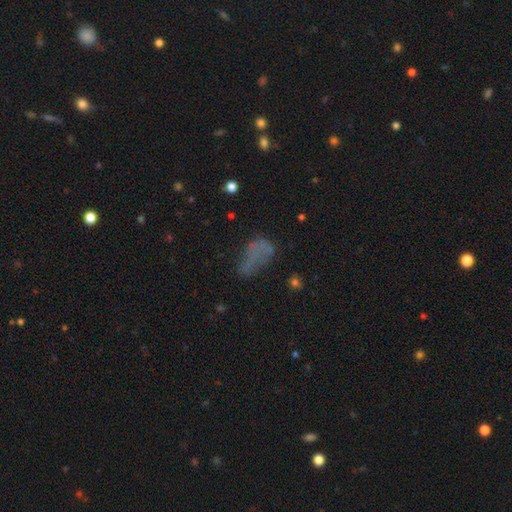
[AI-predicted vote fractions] smooth-or-featured: smooth: 48% | featured or disk: 29% | star or artifact: 24%
  merging: none: 36% | major disturbance: 35% | minor disturbance: 22% | merger: 7%